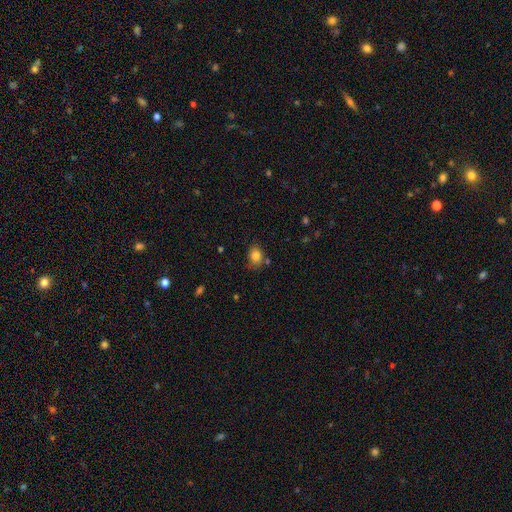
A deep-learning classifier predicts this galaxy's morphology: This is clearly a smooth galaxy (82%). How rounded: possibly in between (55%). Merging: likely none (71%).